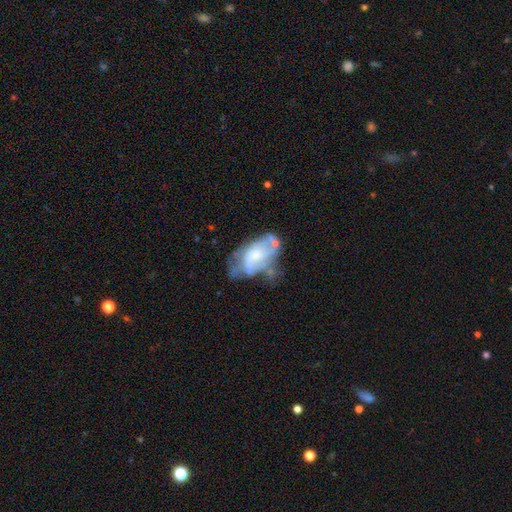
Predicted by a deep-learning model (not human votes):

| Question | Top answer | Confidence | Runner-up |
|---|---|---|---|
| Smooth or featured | featured or disk | 62% | smooth (30%) |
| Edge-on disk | no | 95% | yes (5%) |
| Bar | no | 75% | weak (21%) |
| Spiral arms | no | 51% | yes (49%) |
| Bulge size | small | 44% | moderate (38%) |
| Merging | none | 37% | minor disturbance (28%) |